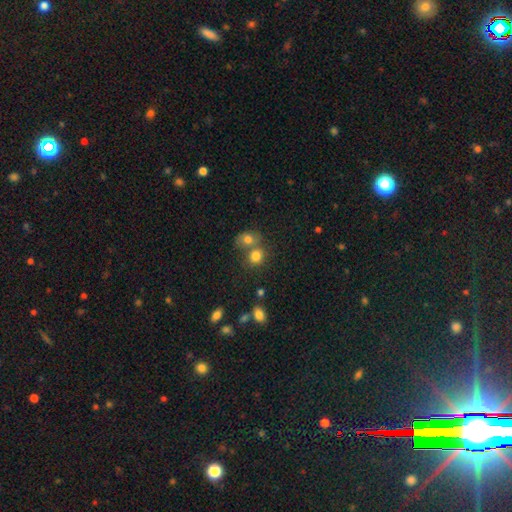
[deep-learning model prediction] smooth 79%, star or artifact 13%, featured or disk 8%. Down the decision tree: how rounded — round (64%); merging — none (43%, tied with merger).